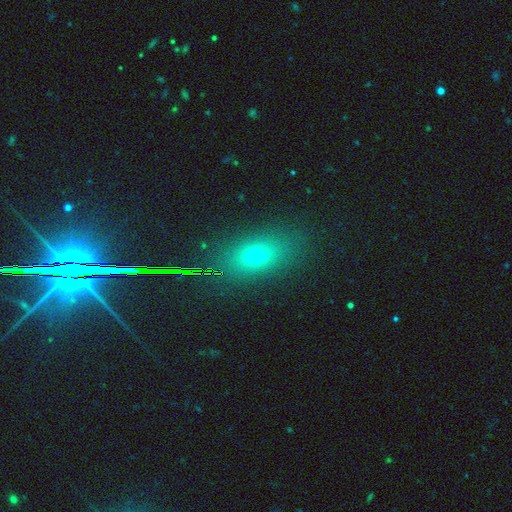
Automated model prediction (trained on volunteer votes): Smooth or featured? Predicted: smooth (p=0.63). How rounded? Predicted: in between (p=0.73). Merging? Predicted: none (p=0.84).